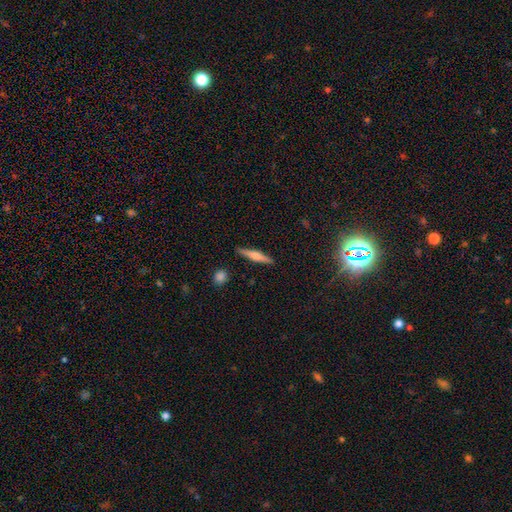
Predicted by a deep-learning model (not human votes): Smooth or featured? featured or disk (56%)
Edge-on disk? yes (97%)
Edge-on bulge? rounded (81%)
Merging? none (89%)